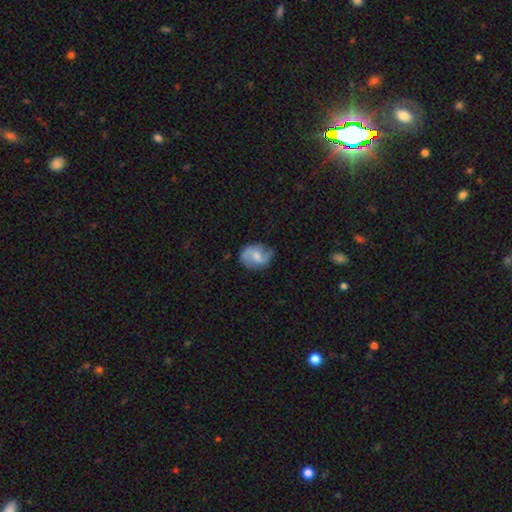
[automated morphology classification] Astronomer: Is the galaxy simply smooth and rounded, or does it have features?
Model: featured or disk — 59% (runner-up: smooth, 34%).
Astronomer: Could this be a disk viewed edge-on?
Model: no — 97%.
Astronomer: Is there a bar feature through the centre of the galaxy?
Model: weak — 50% (runner-up: no, 36%).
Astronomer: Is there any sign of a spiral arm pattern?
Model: yes — 86%.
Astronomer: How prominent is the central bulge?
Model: moderate — 49% (runner-up: small, 36%).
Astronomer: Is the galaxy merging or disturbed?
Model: none — 69%.